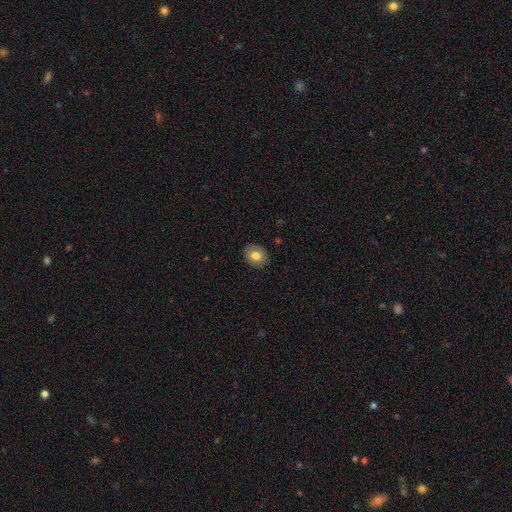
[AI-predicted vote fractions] smooth-or-featured: smooth: 75% | featured or disk: 17% | star or artifact: 8%
  how-rounded: in between: 52% | round: 47% | cigar-shaped: 1%
  merging: none: 87% | minor disturbance: 10% | major disturbance: 2% | merger: 1%